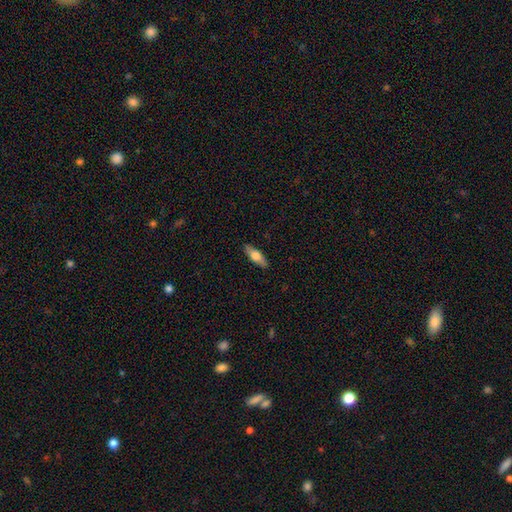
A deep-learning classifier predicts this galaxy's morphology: The model was most divided on "how rounded": in between: 60%, cigar-shaped: 38%, round: 3%. More confident: merging — none (89%); smooth or featured — smooth (65%).